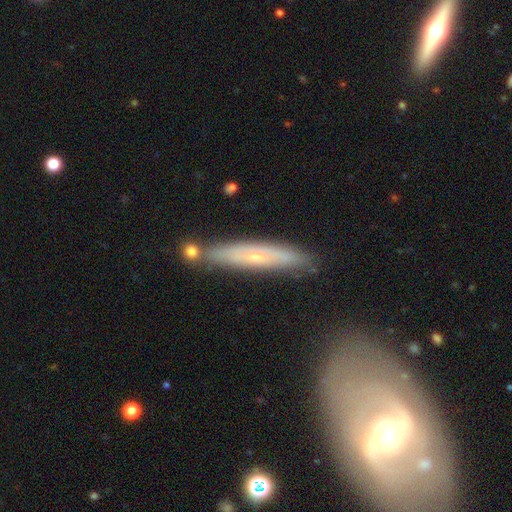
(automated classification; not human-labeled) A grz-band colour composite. It shows a featured or disk galaxy (51%) viewed edge-on (71%). Merging: none (76%).